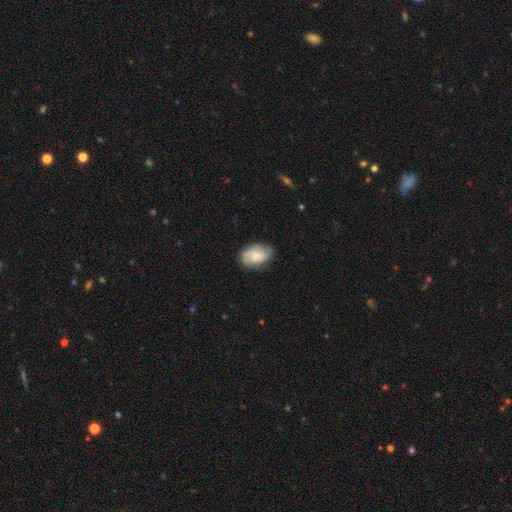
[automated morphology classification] Q: Smooth or featured?
A: featured or disk (52%); runner-up: smooth (42%)
Q: Edge-on disk?
A: no (96%); runner-up: yes (4%)
Q: Merging?
A: none (76%); runner-up: minor disturbance (18%)